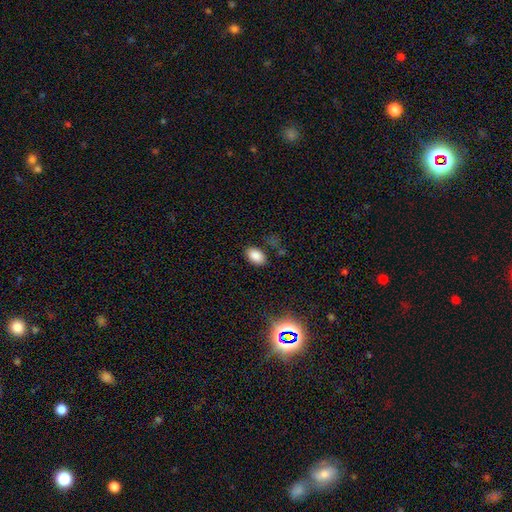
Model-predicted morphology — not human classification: Smooth or featured? smooth (84%)
How rounded? in between (90%)
Merging? none (80%)